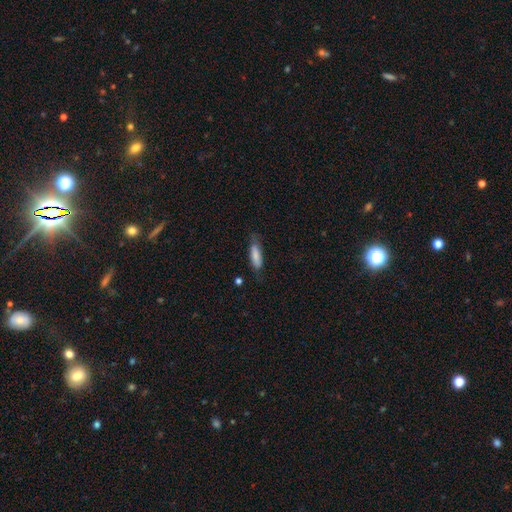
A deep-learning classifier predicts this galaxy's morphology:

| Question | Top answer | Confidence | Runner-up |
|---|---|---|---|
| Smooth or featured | smooth | 80% | featured or disk (14%) |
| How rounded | cigar-shaped | 52% | in between (46%) |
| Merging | none | 68% | minor disturbance (23%) |